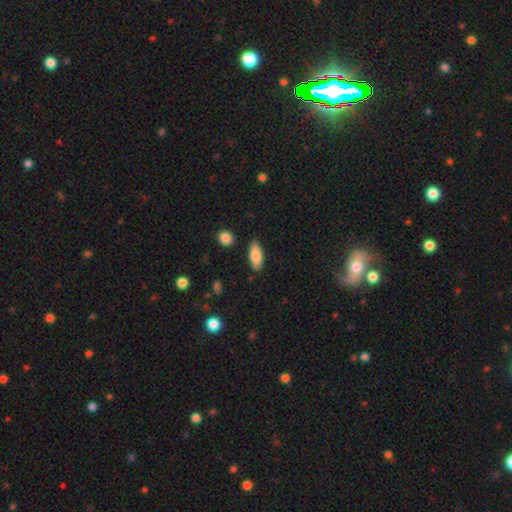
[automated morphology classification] Smooth or featured? Predicted: smooth (p=0.82). How rounded? Predicted: in between (p=0.76). Merging? Predicted: none (p=0.85).